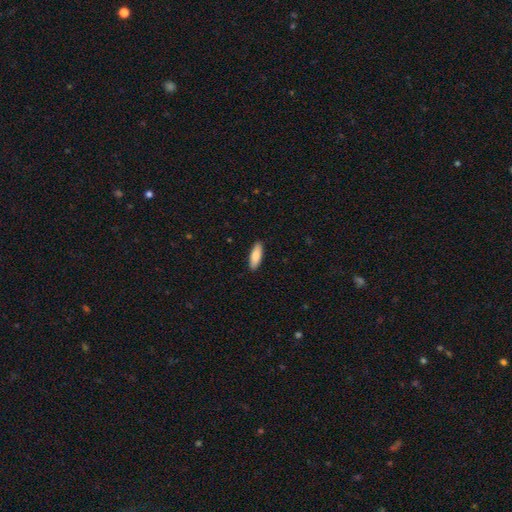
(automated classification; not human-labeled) Smooth or featured? Predicted: smooth (p=0.85). How rounded? Predicted: in between (p=0.60). Merging? Predicted: none (p=0.90).